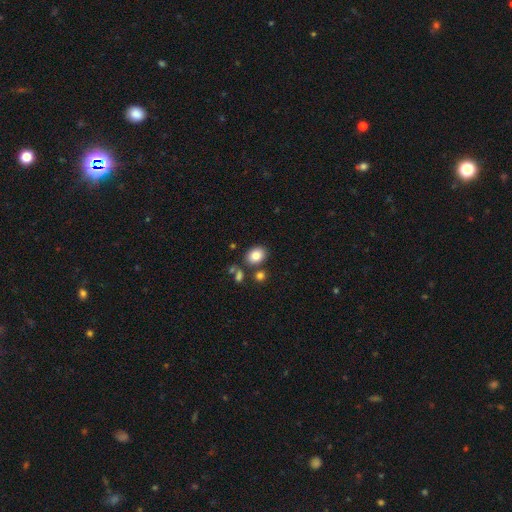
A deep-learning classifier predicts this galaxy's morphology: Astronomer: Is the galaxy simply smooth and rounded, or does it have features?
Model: smooth — 83%.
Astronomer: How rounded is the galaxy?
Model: in between — 62% (runner-up: round, 37%).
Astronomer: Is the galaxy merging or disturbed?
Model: none — 76%.